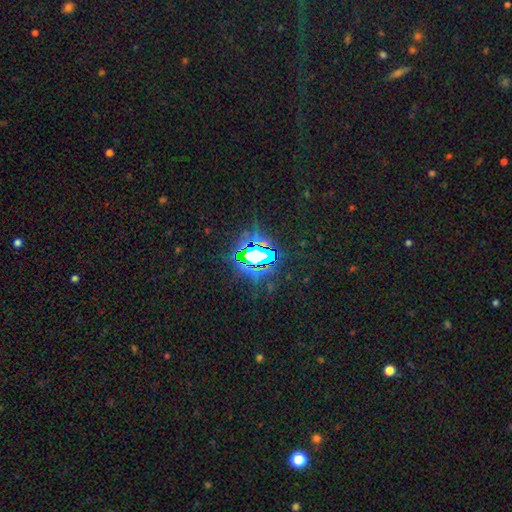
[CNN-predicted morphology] Overall: star or artifact (75%).